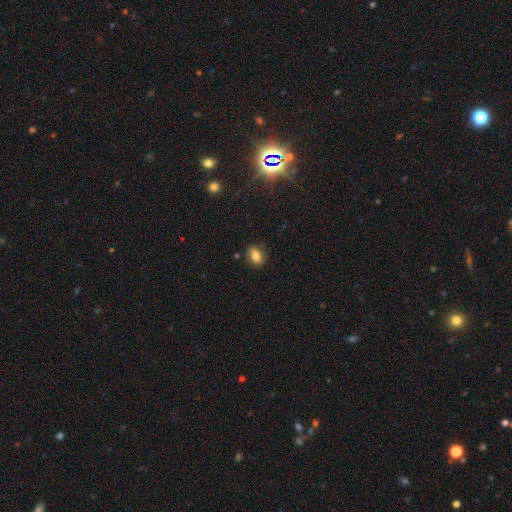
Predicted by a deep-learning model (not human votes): Smooth or featured?
  - smooth: 75% *
  - featured or disk: 15%
  - star or artifact: 11%
How rounded?
  - in between: 74% *
  - round: 23%
  - cigar-shaped: 3%
Merging?
  - none: 80% *
  - minor disturbance: 15%
  - major disturbance: 4%
  - merger: 2%